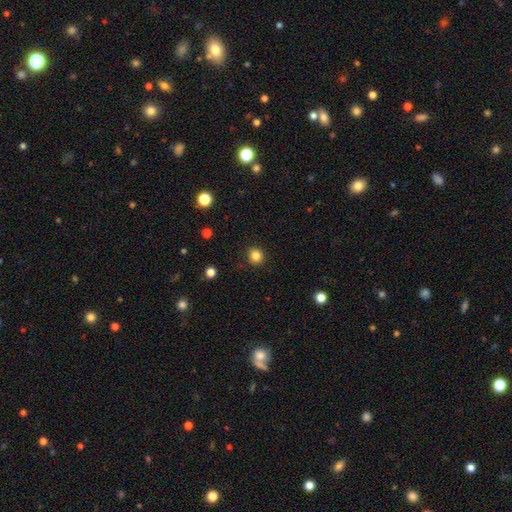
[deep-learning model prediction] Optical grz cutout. It shows a smooth galaxy with no disk features (84%) that is round (89%). Merging: none (89%).